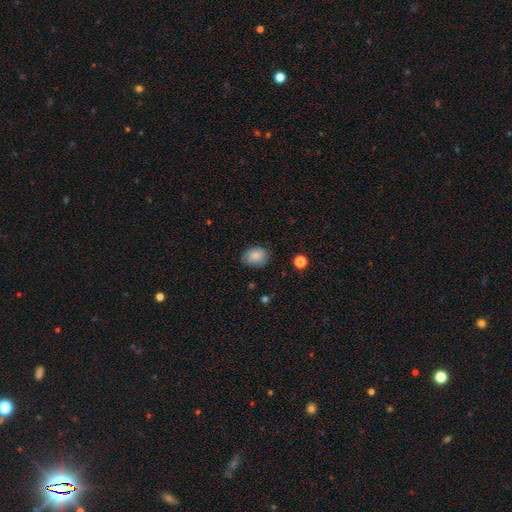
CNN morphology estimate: smooth 81%, featured or disk 11%, star or artifact 8%. Down the decision tree: how rounded — in between (67%); merging — none (73%).